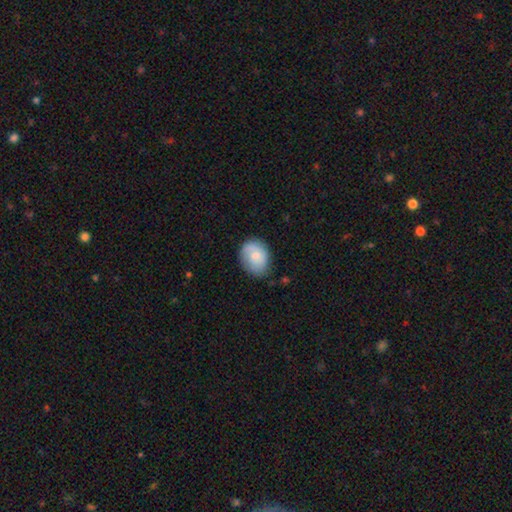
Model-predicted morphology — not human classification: Overall: smooth (66%; featured or disk 27%). How rounded: in between (55%; round 44%). Merging: none (66%).